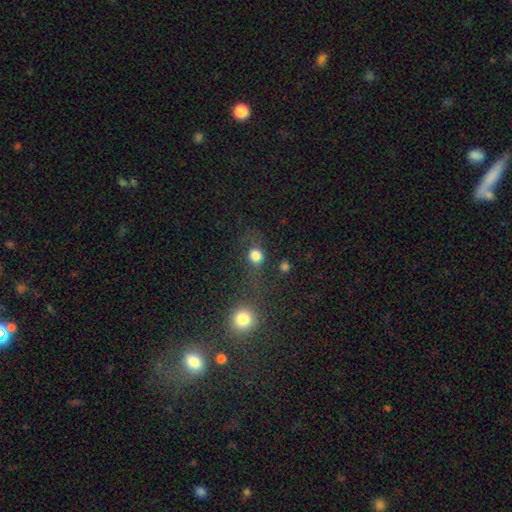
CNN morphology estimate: smooth 78%, star or artifact 15%, featured or disk 7%. Down the decision tree: how rounded — round (76%); merging — none (62%).